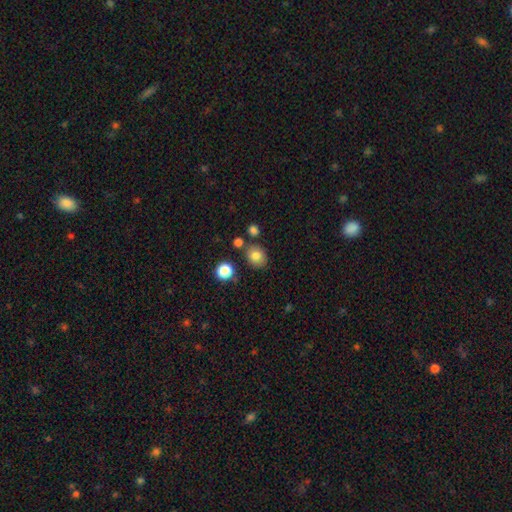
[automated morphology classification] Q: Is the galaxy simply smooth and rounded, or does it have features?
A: smooth — 79%.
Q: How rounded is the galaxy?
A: round — 59%.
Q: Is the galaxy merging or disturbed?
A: none — 77%.